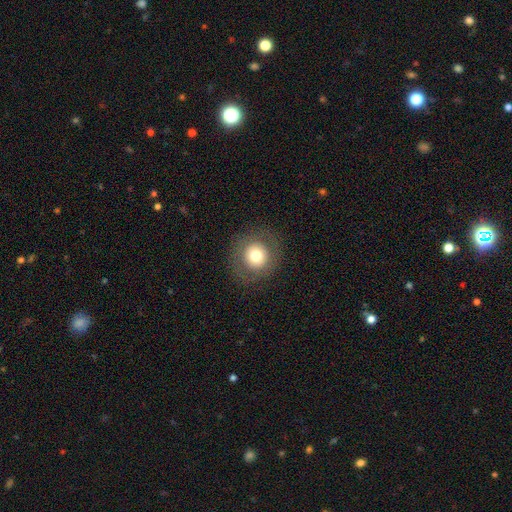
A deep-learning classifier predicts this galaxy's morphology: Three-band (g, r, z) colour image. It shows a smooth galaxy with no disk features (69%) that is round (92%). Merging: none (87%).